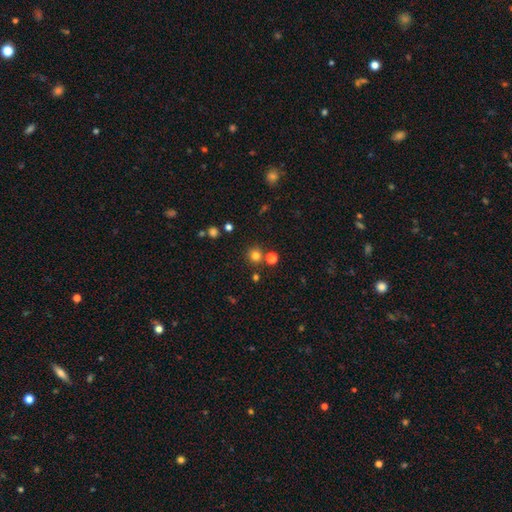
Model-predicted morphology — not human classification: Smooth or featured: smooth — 77% (star or artifact — 17%)
How rounded: round — 93% (in between — 6%)
Merging: none — 81% (merger — 9%)